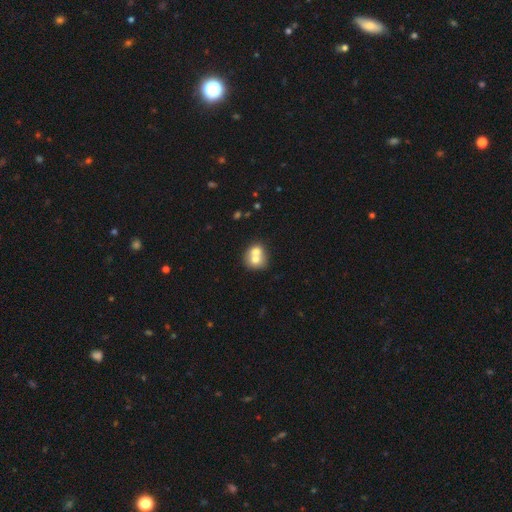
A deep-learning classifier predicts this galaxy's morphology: smooth-or-featured: smooth: 67% | featured or disk: 24% | star or artifact: 9%
  how-rounded: round: 75% | in between: 24% | cigar-shaped: 1%
  merging: merger: 67% | none: 26% | minor disturbance: 5% | major disturbance: 2%